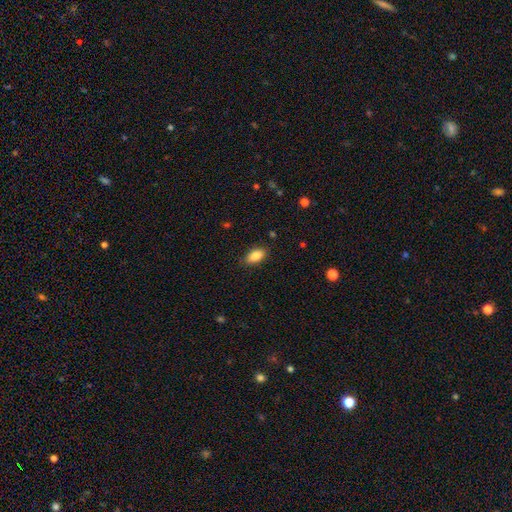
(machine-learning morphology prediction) smooth-or-featured: smooth: 87% | star or artifact: 7% | featured or disk: 6%
  how-rounded: in between: 90% | cigar-shaped: 6% | round: 4%
  merging: none: 86% | minor disturbance: 10% | major disturbance: 3% | merger: 1%